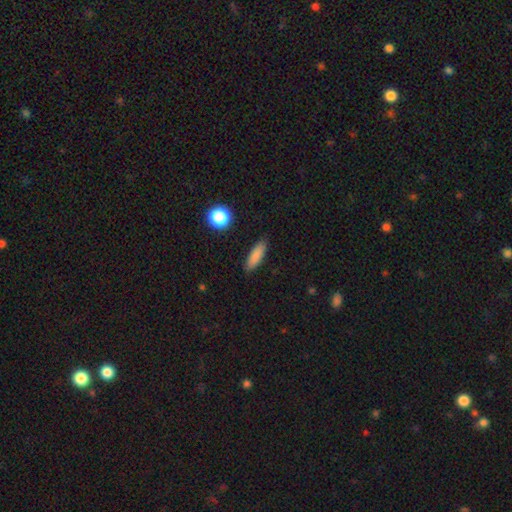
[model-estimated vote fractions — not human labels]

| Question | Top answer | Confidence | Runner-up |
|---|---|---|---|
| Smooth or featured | smooth | 85% | star or artifact (8%) |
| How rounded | cigar-shaped | 51% | in between (46%) |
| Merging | none | 86% | minor disturbance (10%) |